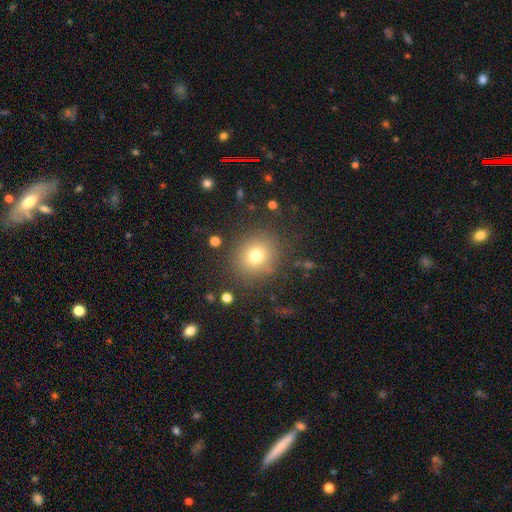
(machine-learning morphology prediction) A smooth galaxy with no disk features (74%) that is round (80%).

Vote fractions:
- Smooth or featured? smooth: 74% / star or artifact: 15% / featured or disk: 11%
- How rounded? round: 80% / in between: 19% / cigar-shaped: 1%
- Merging? none: 85% / minor disturbance: 9% / major disturbance: 5% / merger: 2%